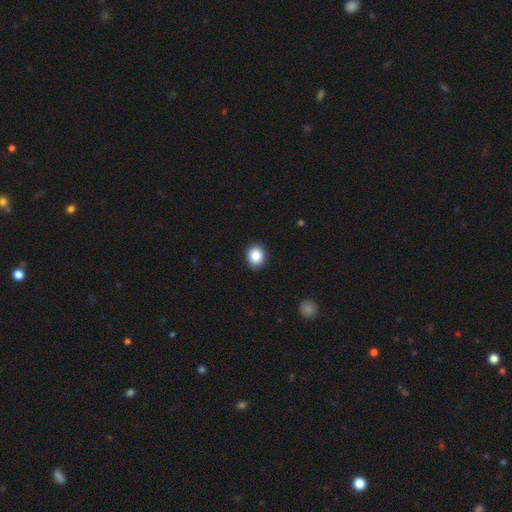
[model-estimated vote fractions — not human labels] Smooth or featured? smooth (87%)
How rounded? round (67%)
Merging? none (90%)